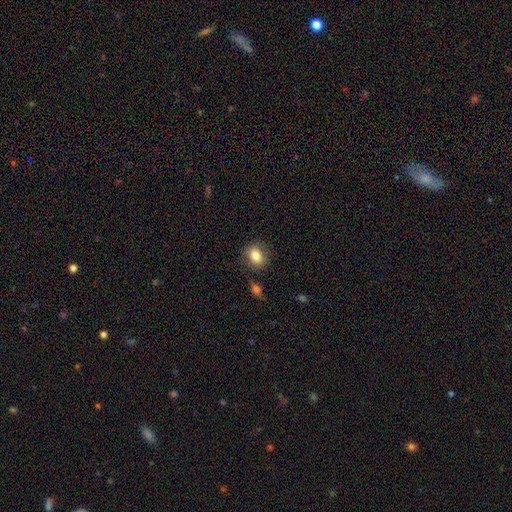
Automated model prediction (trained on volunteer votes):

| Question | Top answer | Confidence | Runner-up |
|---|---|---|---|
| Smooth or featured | smooth | 84% | star or artifact (8%) |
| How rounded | in between | 65% | round (33%) |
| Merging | none | 80% | minor disturbance (13%) |